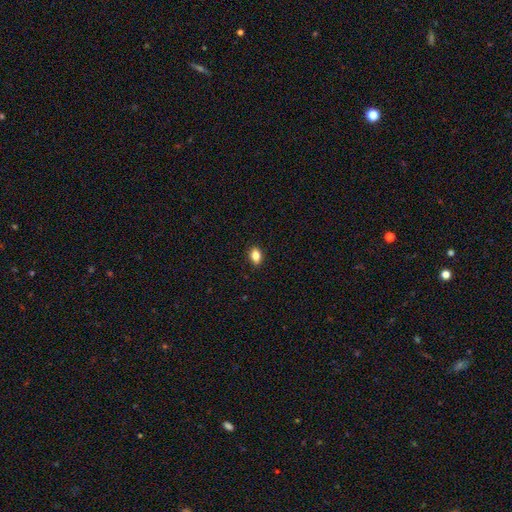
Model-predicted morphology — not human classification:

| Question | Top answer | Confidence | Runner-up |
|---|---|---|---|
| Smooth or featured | smooth | 84% | star or artifact (9%) |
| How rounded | in between | 81% | round (16%) |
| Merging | none | 88% | minor disturbance (9%) |